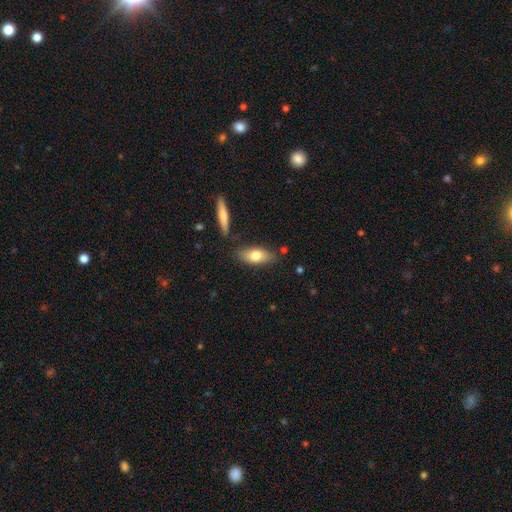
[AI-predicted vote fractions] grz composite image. It shows a smooth galaxy with no disk features (72%) that is in between round and cigar-shaped (76%). Merging: none (77%).